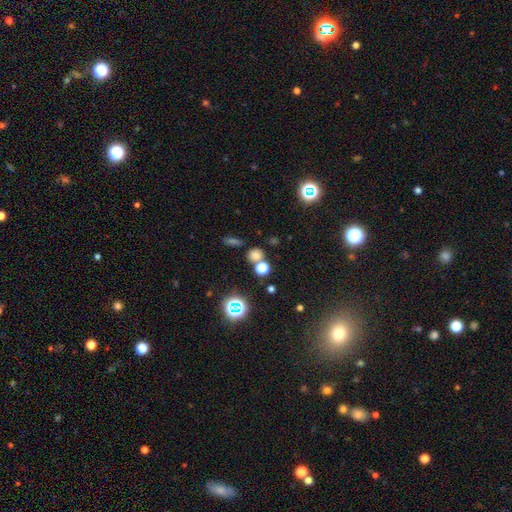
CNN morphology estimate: Smooth or featured? smooth (66%)
How rounded? round (79%)
Merging? none (64%)